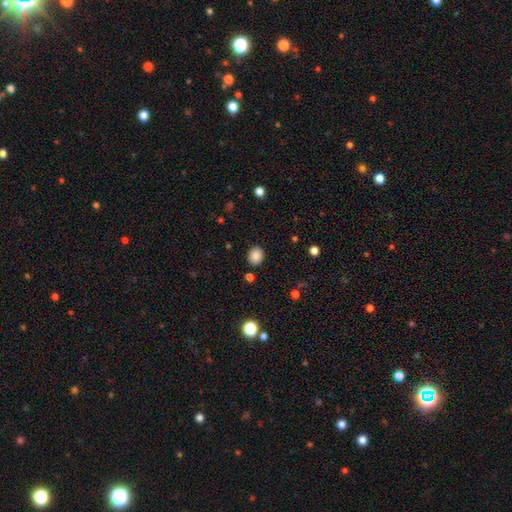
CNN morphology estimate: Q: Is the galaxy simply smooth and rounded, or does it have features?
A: smooth — 85%.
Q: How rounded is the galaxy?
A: round — 69%.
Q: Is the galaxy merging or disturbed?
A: none — 88%.